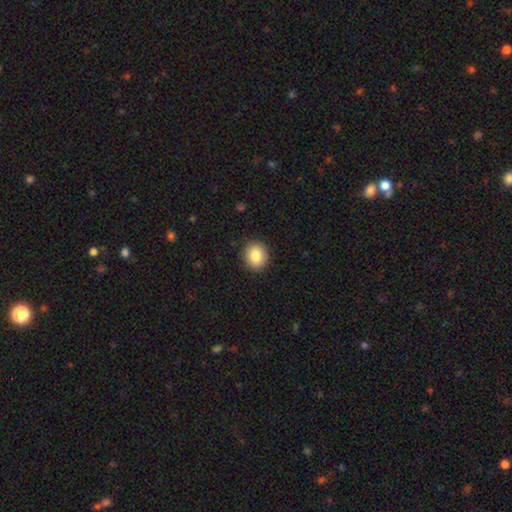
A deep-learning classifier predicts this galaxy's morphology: type=smooth (84%); roundness=round (79%); merging=none (91%).